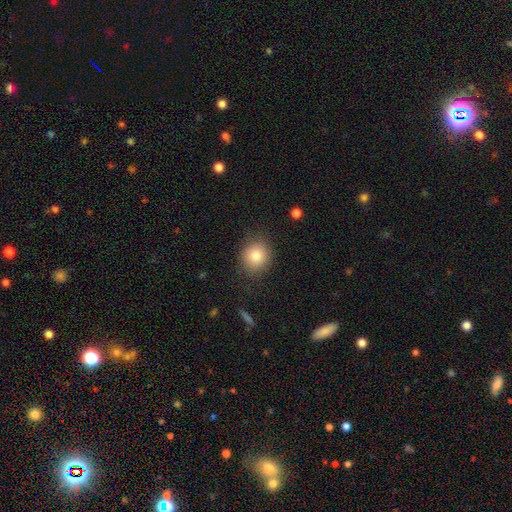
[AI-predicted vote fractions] The model was most divided on "how rounded": round: 81%, in between: 18%, cigar-shaped: 1%. More confident: merging — none (82%); smooth or featured — smooth (82%).